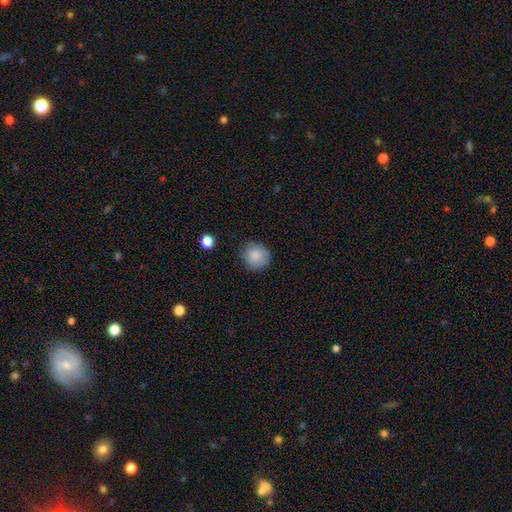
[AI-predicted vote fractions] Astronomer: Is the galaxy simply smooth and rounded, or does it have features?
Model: smooth — 86%.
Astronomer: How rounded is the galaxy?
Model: round — 89%.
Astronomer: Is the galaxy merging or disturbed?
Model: none — 84%.